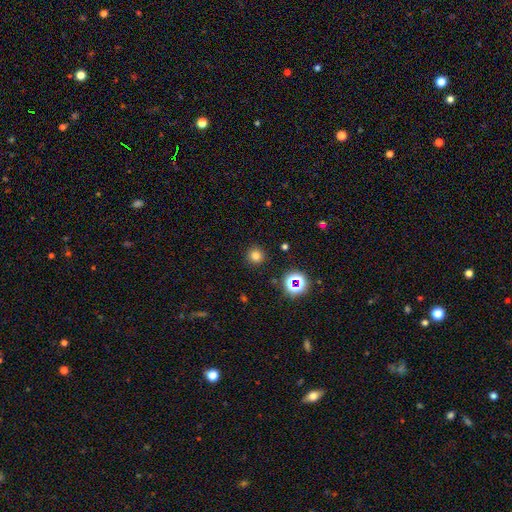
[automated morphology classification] Overall: smooth (75%). How rounded: round (95%). Merging: none (91%).